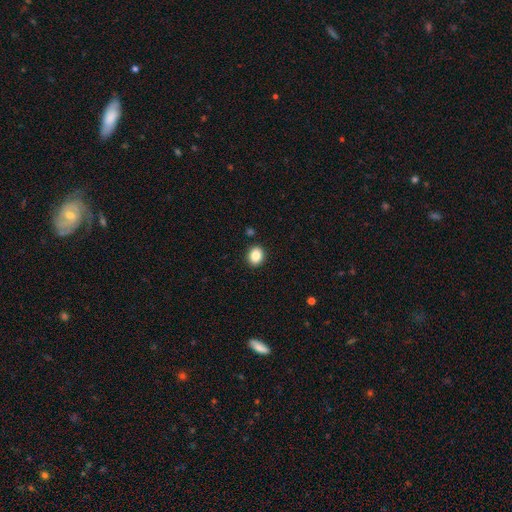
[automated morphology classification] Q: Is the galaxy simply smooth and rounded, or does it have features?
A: smooth — 86%.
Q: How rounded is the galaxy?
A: round — 57%.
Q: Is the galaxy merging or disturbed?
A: none — 90%.